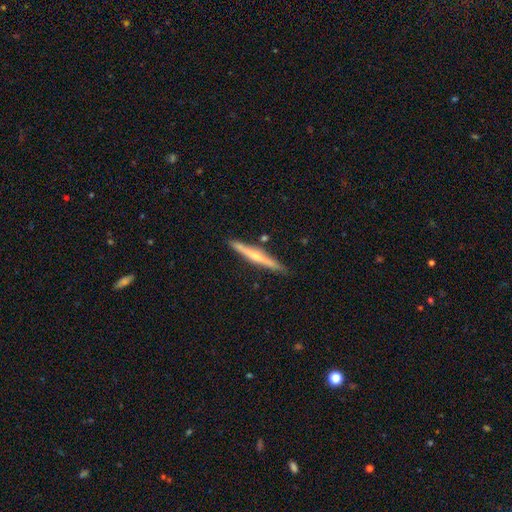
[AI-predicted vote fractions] A featured or disk galaxy (66%) viewed edge-on (97%) with a rounded central bulge (80%). Merging: none (87%).